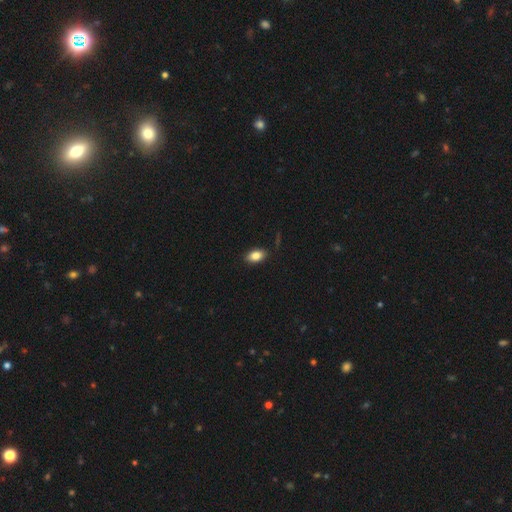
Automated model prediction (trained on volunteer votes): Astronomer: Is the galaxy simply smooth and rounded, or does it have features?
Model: smooth — 84%.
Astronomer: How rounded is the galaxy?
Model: in between — 89%.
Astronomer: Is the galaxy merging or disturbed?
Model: none — 86%.